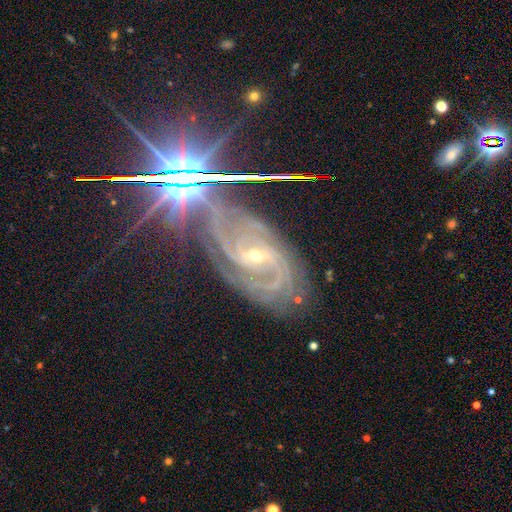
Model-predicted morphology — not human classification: Smooth or featured? Predicted: featured or disk (p=0.68). Edge-on disk? Predicted: no (p=0.88). Bar? Predicted: no (p=0.41). Spiral arms? Predicted: yes (p=0.93). Spiral winding? Predicted: tight (p=0.62). Spiral arm count? Predicted: 2 (p=0.42). Bulge size? Predicted: small (p=0.62). Merging? Predicted: none (p=0.68).